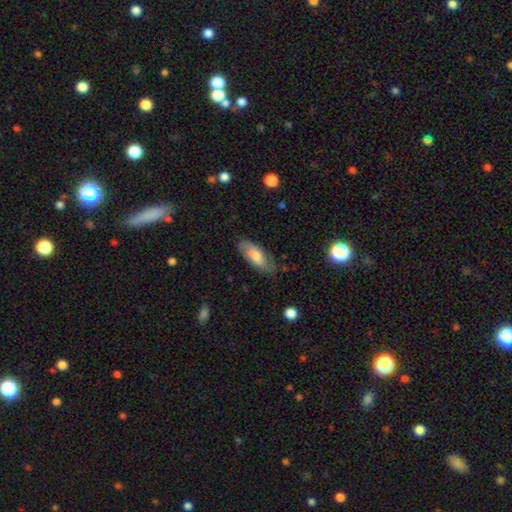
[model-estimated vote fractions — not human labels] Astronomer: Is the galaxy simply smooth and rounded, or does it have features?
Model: smooth — 63%.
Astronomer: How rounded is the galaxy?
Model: in between — 77%.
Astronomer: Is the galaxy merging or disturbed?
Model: none — 78%.